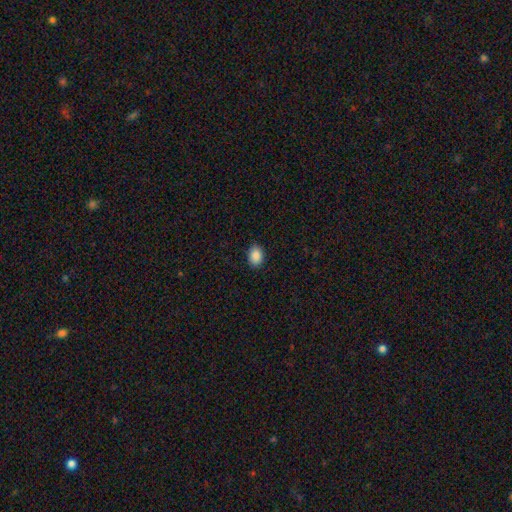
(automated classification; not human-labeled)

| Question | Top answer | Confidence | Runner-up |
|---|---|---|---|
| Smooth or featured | smooth | 89% | star or artifact (8%) |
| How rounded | in between | 74% | round (25%) |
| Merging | none | 89% | minor disturbance (8%) |